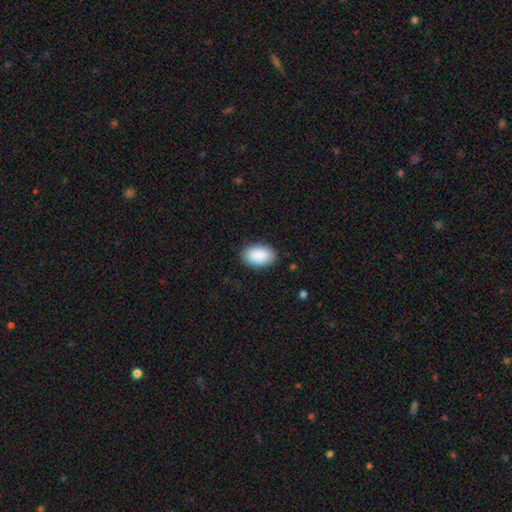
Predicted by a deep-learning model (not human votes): Smooth or featured?
  - smooth: 91% *
  - star or artifact: 6%
  - featured or disk: 3%
How rounded?
  - in between: 93% *
  - round: 6%
  - cigar-shaped: 1%
Merging?
  - none: 87% *
  - minor disturbance: 9%
  - major disturbance: 2%
  - merger: 1%